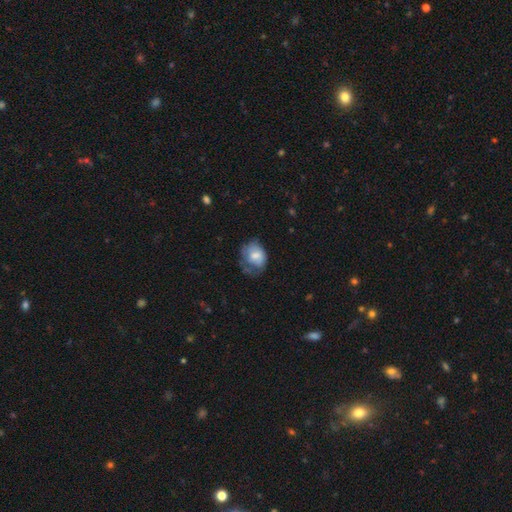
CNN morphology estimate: Smooth or featured? Predicted: smooth (p=0.64). How rounded? Predicted: in between (p=0.60). Merging? Predicted: none (p=0.37).